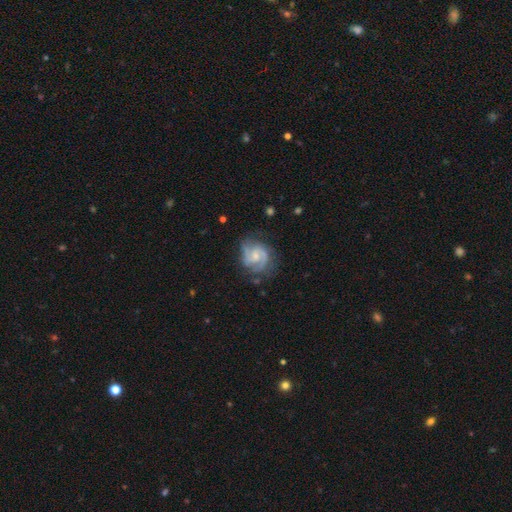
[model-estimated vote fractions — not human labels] smooth_or_featured: featured or disk (p=0.80) [alt: smooth p=0.14]
disk_edge_on: no (p=0.98) [alt: yes p=0.02]
bar: no (p=0.51) [alt: weak p=0.42]
has_spiral_arms: yes (p=0.95) [alt: no p=0.05]
spiral_winding: medium (p=0.51) [alt: tight p=0.32]
spiral_arm_count: 2 (p=0.70) [alt: 3 p=0.12]
bulge_size: small (p=0.50) [alt: moderate p=0.37]
merging: none (p=0.66) [alt: minor disturbance p=0.22]